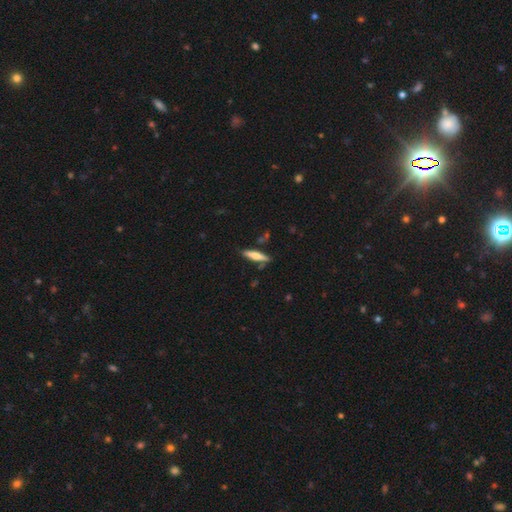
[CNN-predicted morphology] Smooth or featured: smooth — 60% (featured or disk — 34%)
How rounded: cigar-shaped — 79% (in between — 19%)
Merging: none — 77% (minor disturbance — 15%)